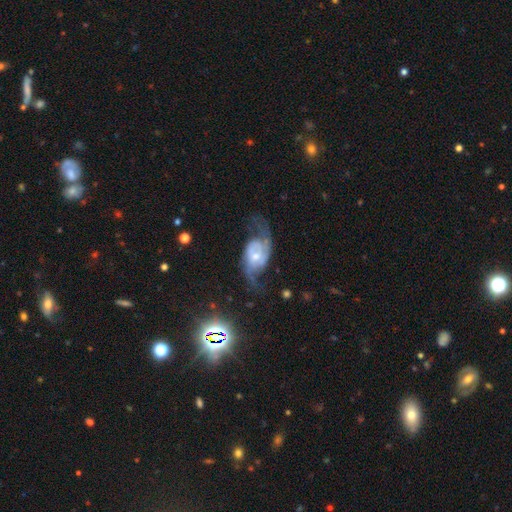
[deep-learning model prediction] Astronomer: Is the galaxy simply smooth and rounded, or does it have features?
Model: featured or disk — 84%.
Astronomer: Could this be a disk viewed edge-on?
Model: no — 96%.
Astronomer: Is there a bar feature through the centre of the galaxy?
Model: no — 57% (runner-up: weak, 34%).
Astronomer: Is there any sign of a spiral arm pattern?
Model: yes — 94%.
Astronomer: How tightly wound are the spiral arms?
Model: loose — 48% (runner-up: medium, 39%).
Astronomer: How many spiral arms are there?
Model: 2 — 86%.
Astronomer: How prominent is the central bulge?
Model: moderate — 52% (runner-up: small, 40%).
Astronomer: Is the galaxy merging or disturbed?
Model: none — 55%.